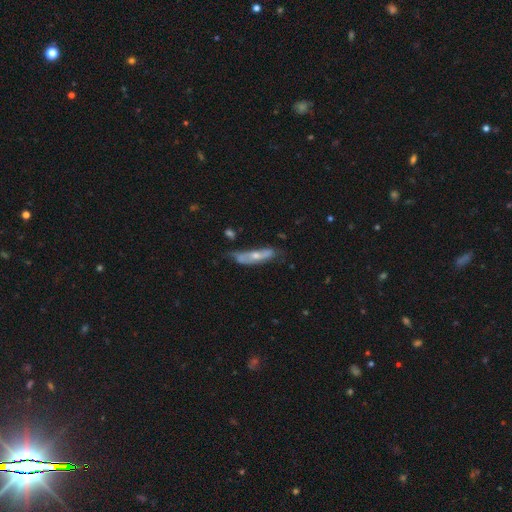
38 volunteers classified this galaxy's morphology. Smooth or featured? featured or disk (61%)
Edge-on disk? no (70%)
Bar? no (81%)
Spiral arms? yes (81%)
Spiral winding? medium (54%)
Spiral arm count? 2 (69%)
Bulge size? moderate (56%)
Merging? none (39%)